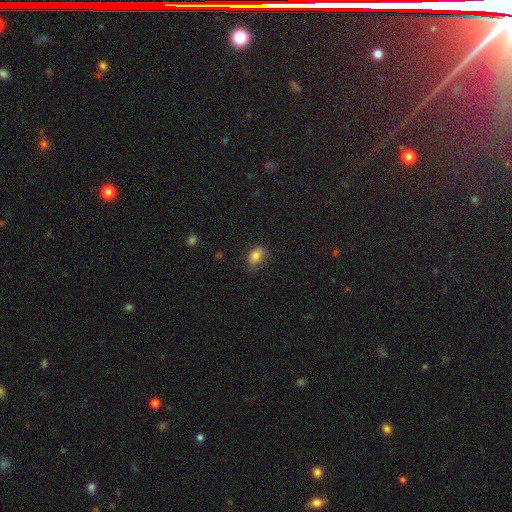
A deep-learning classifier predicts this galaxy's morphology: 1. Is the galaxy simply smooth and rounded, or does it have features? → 80% smooth, 10% featured or disk, 9% star or artifact.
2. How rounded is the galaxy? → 84% in between, 14% round, 2% cigar-shaped.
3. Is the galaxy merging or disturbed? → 65% none, 27% minor disturbance, 7% major disturbance, 1% merger.